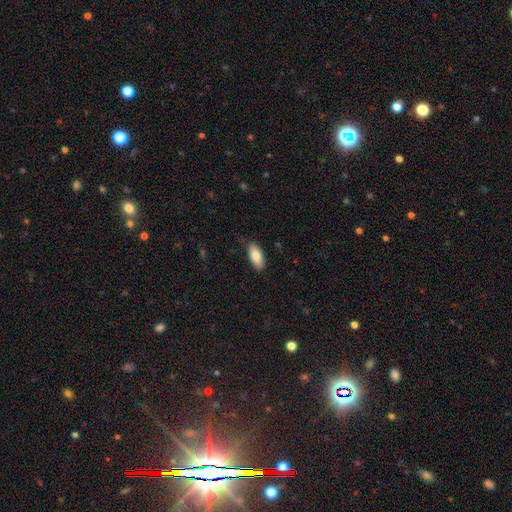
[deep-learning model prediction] This appears to be a smooth galaxy with no disk features (81%) that is in between round and cigar-shaped (85%). Merging: none (83%).